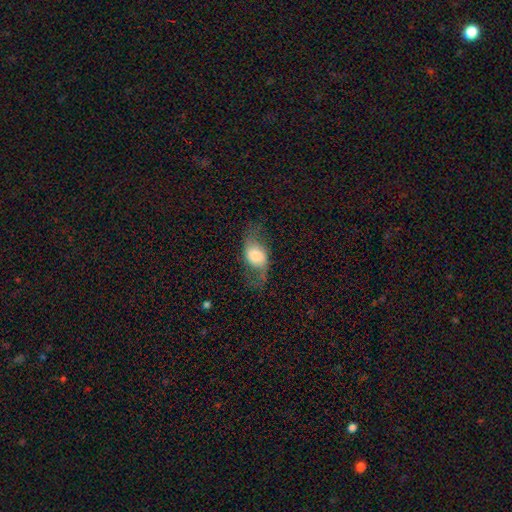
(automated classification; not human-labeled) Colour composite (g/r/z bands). It shows a featured or disk galaxy (49%). Merging: none (58%).